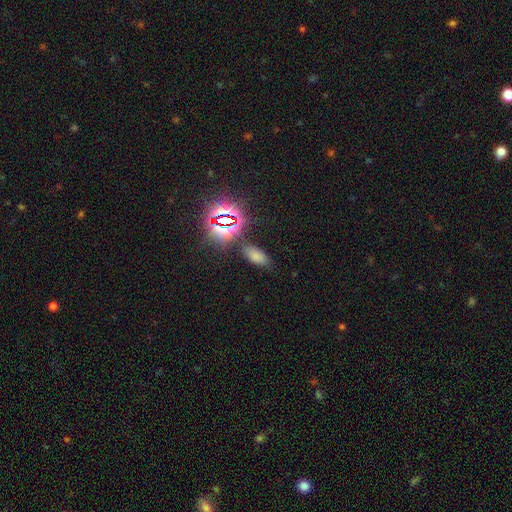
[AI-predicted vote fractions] A smooth galaxy with no disk features (63%) that is in between round and cigar-shaped (89%).

Vote fractions:
- Smooth or featured? smooth: 63% / star or artifact: 29% / featured or disk: 8%
- How rounded? in between: 89% / cigar-shaped: 6% / round: 5%
- Merging? none: 78% / minor disturbance: 13% / merger: 5% / major disturbance: 4%